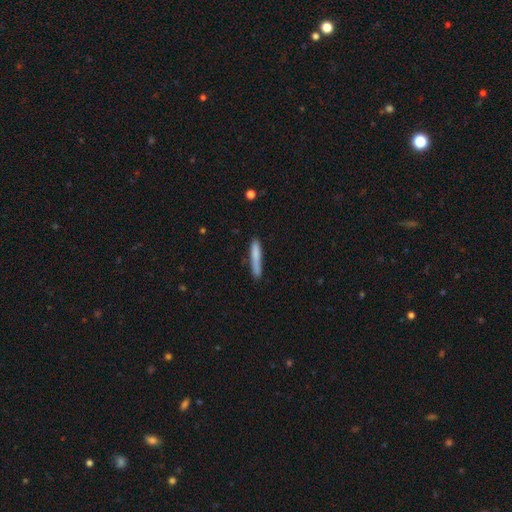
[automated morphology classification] smooth 79%, featured or disk 14%, star or artifact 6%. Down the decision tree: how rounded — cigar-shaped (93%); merging — none (75%).